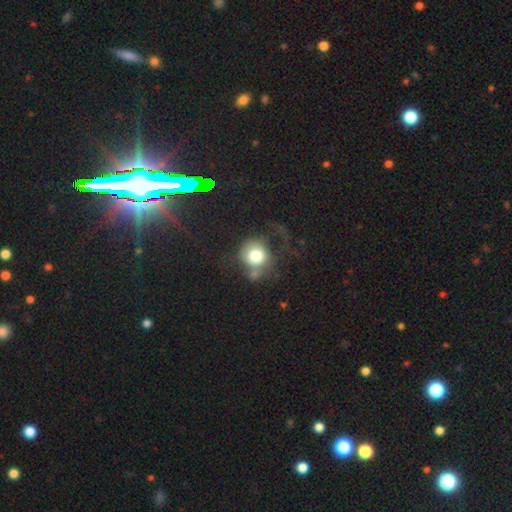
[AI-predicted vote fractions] This appears to be a smooth galaxy with no disk features (72%) that is round (84%). Merging: none (37%).